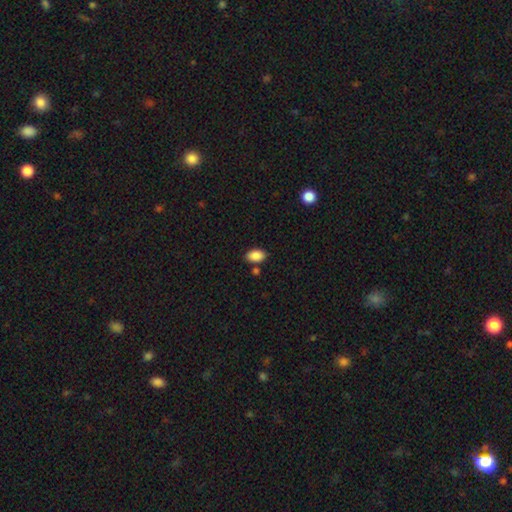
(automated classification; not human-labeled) Smooth or featured? Predicted: smooth (p=0.88). How rounded? Predicted: in between (p=0.92). Merging? Predicted: none (p=0.81).